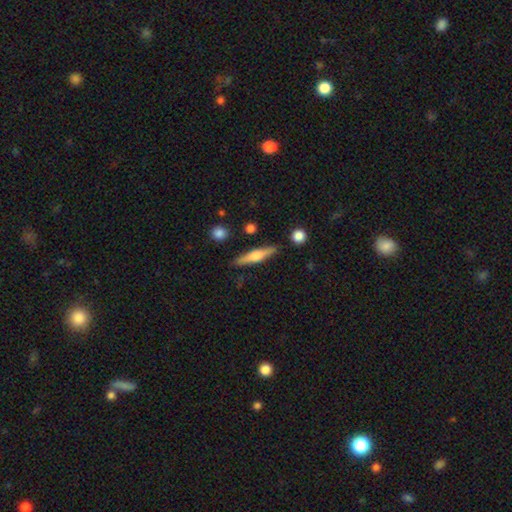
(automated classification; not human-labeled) smooth-or-featured: featured or disk: 51% | smooth: 43% | star or artifact: 6%
  disk-edge-on: yes: 96% | no: 4%
  merging: none: 86% | minor disturbance: 9% | merger: 3% | major disturbance: 2%